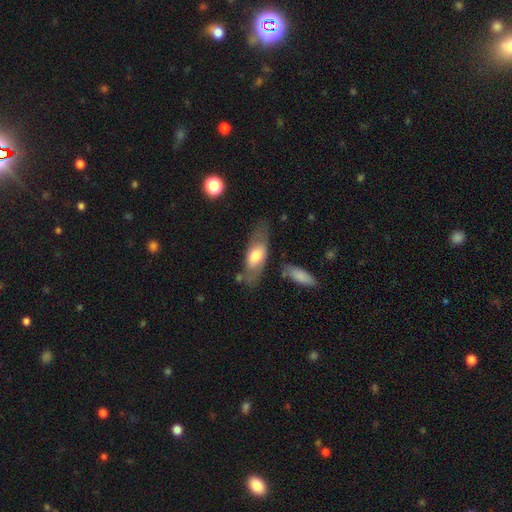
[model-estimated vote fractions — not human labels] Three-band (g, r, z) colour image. It shows a smooth galaxy with no disk features (60%) that is in between round and cigar-shaped (77%). Merging: none (63%).